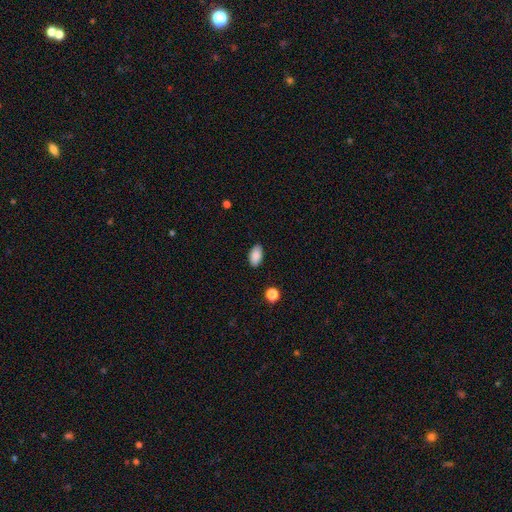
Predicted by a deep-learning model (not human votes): Overall: smooth (88%). How rounded: in between (93%). Merging: none (87%).